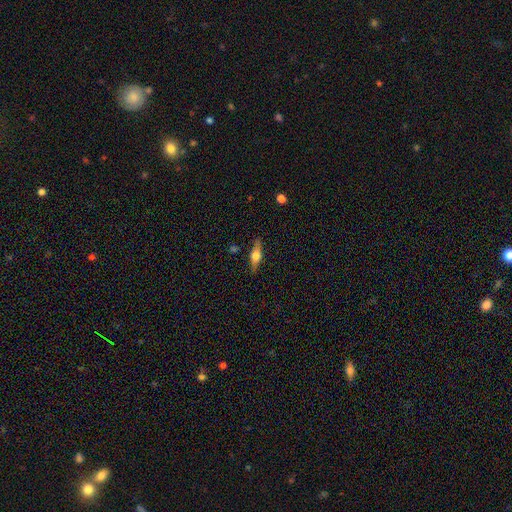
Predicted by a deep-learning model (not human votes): Q: Smooth or featured?
A: featured or disk (58%); runner-up: smooth (36%)
Q: Edge-on disk?
A: yes (94%); runner-up: no (6%)
Q: Edge-on bulge?
A: rounded (91%); runner-up: boxy (7%)
Q: Merging?
A: none (86%); runner-up: minor disturbance (10%)